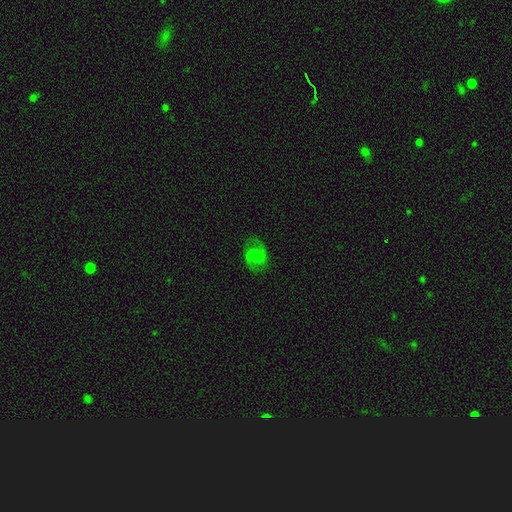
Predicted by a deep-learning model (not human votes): Smooth or featured?
  - featured or disk: 61% *
  - smooth: 28%
  - star or artifact: 11%
Edge-on disk?
  - no: 97% *
  - yes: 3%
Bar?
  - weak: 49% *
  - no: 30%
  - strong: 21%
Spiral arms?
  - yes: 90% *
  - no: 10%
Spiral winding?
  - medium: 51% *
  - loose: 36%
  - tight: 13%
Spiral arm count?
  - 2: 90% *
  - can't tell: 5%
  - 1: 3%
  - 3: 1%
  - 4: 1%
  - more than 4: 1%
Bulge size?
  - none: 42% *
  - small: 25%
  - moderate: 21%
  - large: 9%
  - dominant: 2%
Merging?
  - none: 76% *
  - minor disturbance: 14%
  - major disturbance: 8%
  - merger: 1%